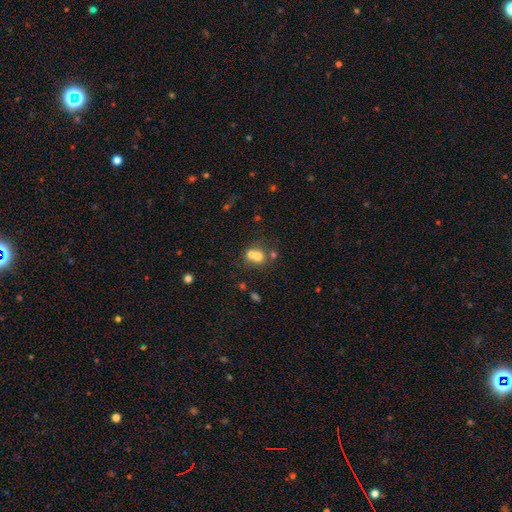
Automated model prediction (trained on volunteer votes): smooth_or_featured: smooth (p=0.66) [alt: featured or disk p=0.21]
how_rounded: round (p=0.75) [alt: in between p=0.24]
merging: merger (p=0.59) [alt: none p=0.31]